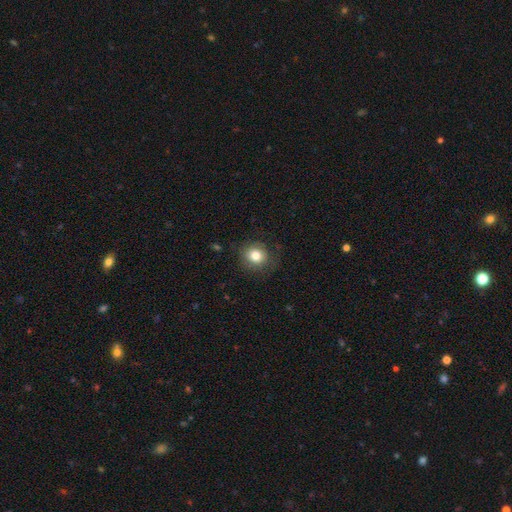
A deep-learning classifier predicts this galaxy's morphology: Q: Smooth or featured?
A: smooth (81%); runner-up: star or artifact (10%)
Q: How rounded?
A: round (87%); runner-up: in between (12%)
Q: Merging?
A: none (81%); runner-up: minor disturbance (13%)